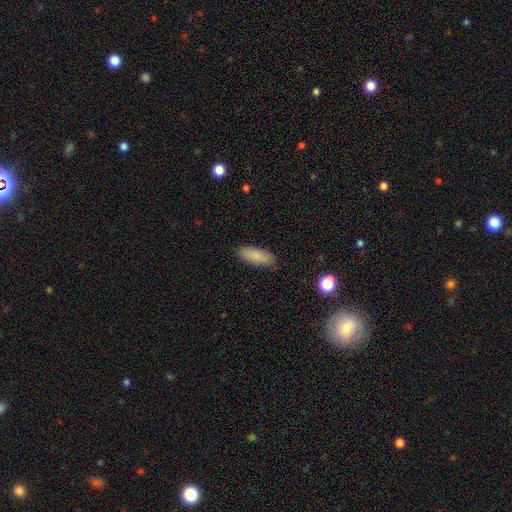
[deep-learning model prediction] smooth 88%, star or artifact 7%, featured or disk 6%. Down the decision tree: how rounded — in between (75%); merging — none (85%).